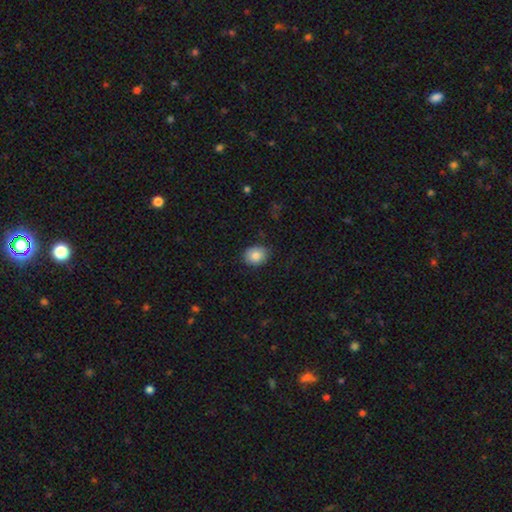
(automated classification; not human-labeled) A smooth galaxy with no disk features (83%) that is round (56%). Merging: none (85%).